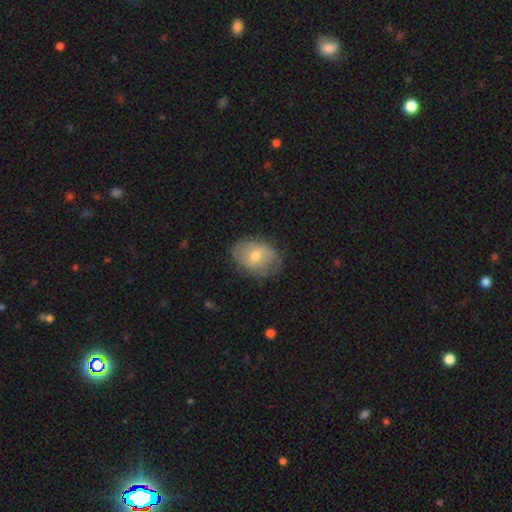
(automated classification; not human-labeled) Morphology: type=featured or disk (49%); merging=none (71%).